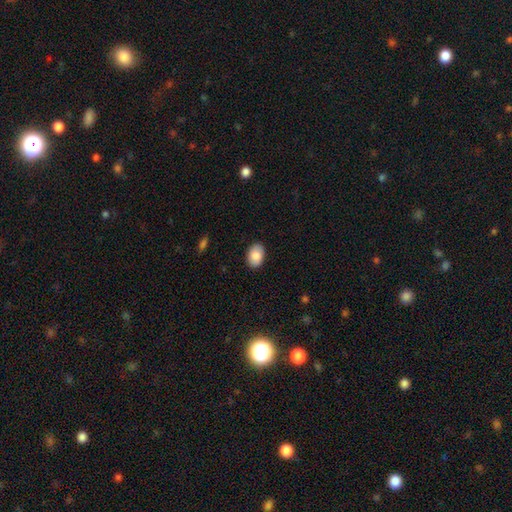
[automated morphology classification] Q: Smooth or featured?
A: smooth (86%); runner-up: featured or disk (7%)
Q: How rounded?
A: in between (86%); runner-up: round (13%)
Q: Merging?
A: none (88%); runner-up: minor disturbance (9%)